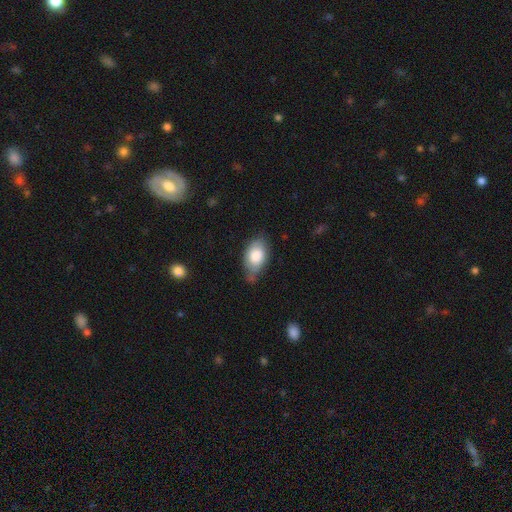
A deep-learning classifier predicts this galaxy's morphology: Smooth or featured: smooth — 80% (featured or disk — 14%)
How rounded: in between — 91% (round — 7%)
Merging: none — 55% (minor disturbance — 34%)